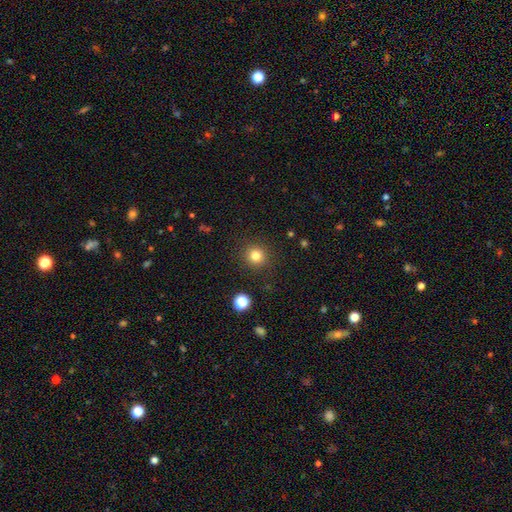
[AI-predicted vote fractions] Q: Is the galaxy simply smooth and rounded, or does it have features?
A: smooth — 81%.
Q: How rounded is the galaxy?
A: round — 93%.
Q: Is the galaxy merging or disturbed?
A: none — 90%.